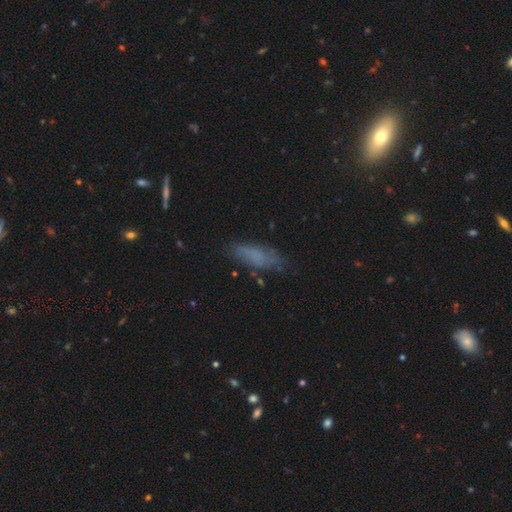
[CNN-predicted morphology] Q: Smooth or featured?
A: smooth (64%); runner-up: featured or disk (24%)
Q: How rounded?
A: in between (58%); runner-up: cigar-shaped (40%)
Q: Merging?
A: none (68%); runner-up: minor disturbance (22%)